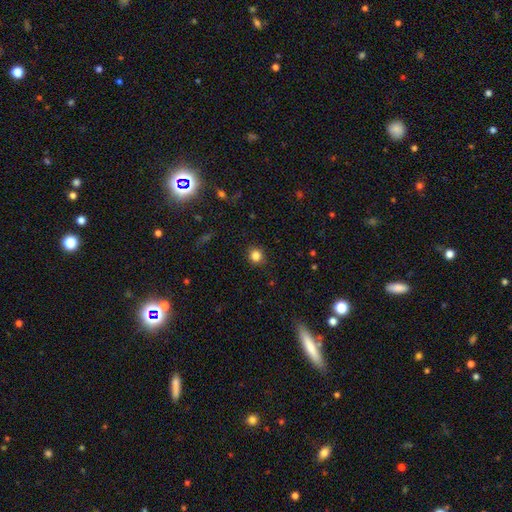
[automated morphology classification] Smooth or featured: smooth — 83% (star or artifact — 12%)
How rounded: round — 90% (in between — 9%)
Merging: none — 89% (minor disturbance — 7%)